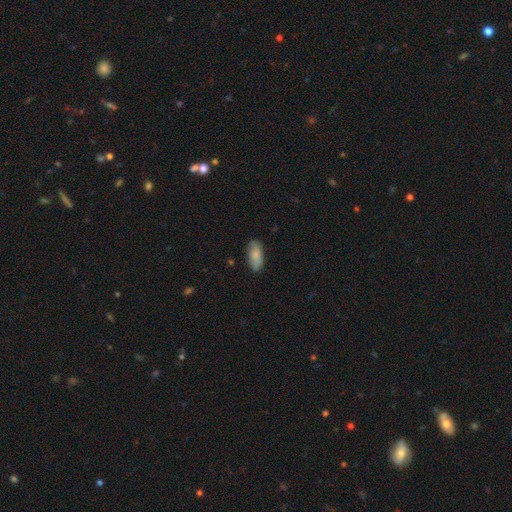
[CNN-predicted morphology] A smooth galaxy with no disk features (81%) that is in between round and cigar-shaped (84%).

Vote fractions:
- Smooth or featured? smooth: 81% / featured or disk: 12% / star or artifact: 6%
- How rounded? in between: 84% / cigar-shaped: 14% / round: 2%
- Merging? none: 79% / minor disturbance: 17% / major disturbance: 3% / merger: 1%